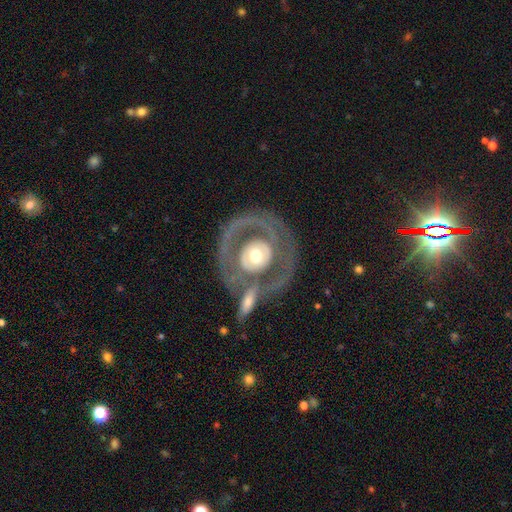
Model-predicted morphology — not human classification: This is likely a featured or disk galaxy (66%). It is clearly not viewed edge-on (94%). Bar: likely no (78%). Spiral arm pattern: likely no (65%). Central bulge: likely moderate (65%). Merging: possibly none (53%).